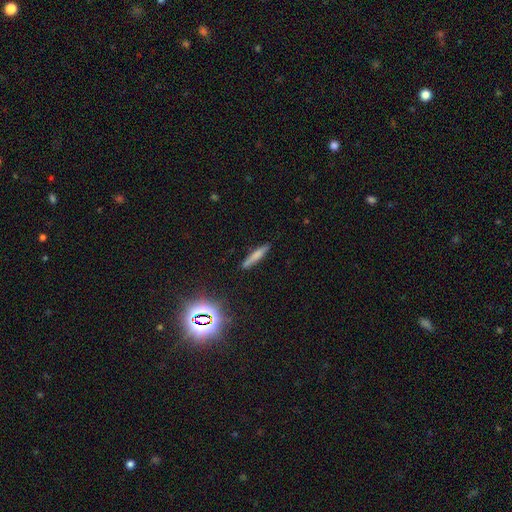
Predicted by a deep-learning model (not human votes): smooth_or_featured: smooth (p=0.69) [alt: featured or disk p=0.21]
how_rounded: cigar-shaped (p=0.89) [alt: in between p=0.09]
merging: none (p=0.84) [alt: minor disturbance p=0.11]